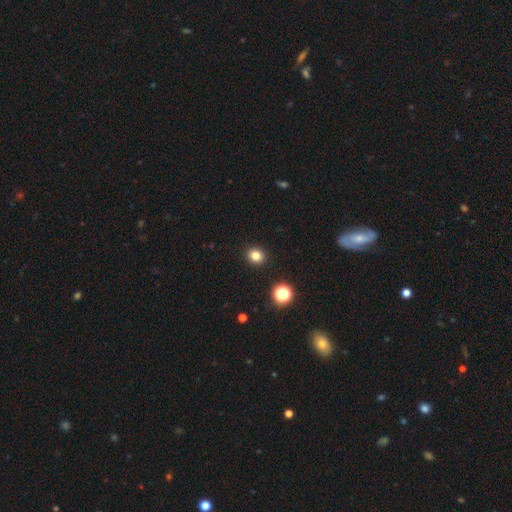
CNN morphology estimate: Smooth or featured? Predicted: smooth (p=0.81). How rounded? Predicted: round (p=0.76). Merging? Predicted: none (p=0.92).